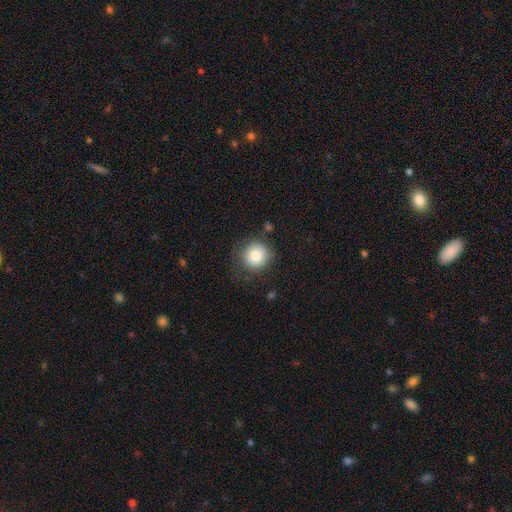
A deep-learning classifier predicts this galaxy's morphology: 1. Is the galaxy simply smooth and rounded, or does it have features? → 80% smooth, 11% featured or disk, 9% star or artifact.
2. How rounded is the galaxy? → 93% round, 6% in between, 1% cigar-shaped.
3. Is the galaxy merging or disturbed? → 78% none, 14% minor disturbance, 5% major disturbance, 2% merger.